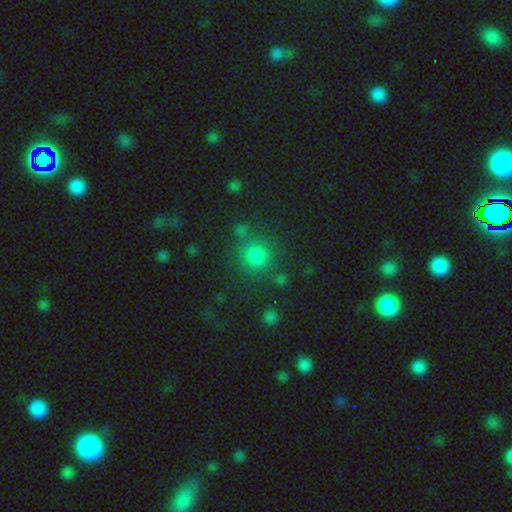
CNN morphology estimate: Overall: smooth (79%). How rounded: round (92%). Merging: none (77%).